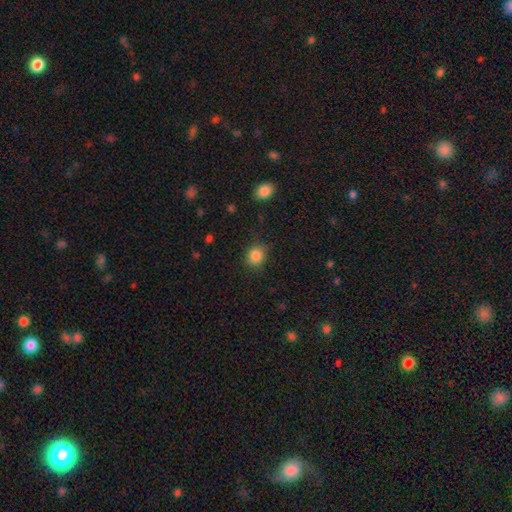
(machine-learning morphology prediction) A smooth galaxy with no disk features (86%) that is round (74%).

Vote fractions:
- Smooth or featured? smooth: 86% / star or artifact: 10% / featured or disk: 4%
- How rounded? round: 74% / in between: 25% / cigar-shaped: 1%
- Merging? none: 81% / minor disturbance: 14% / major disturbance: 4% / merger: 1%